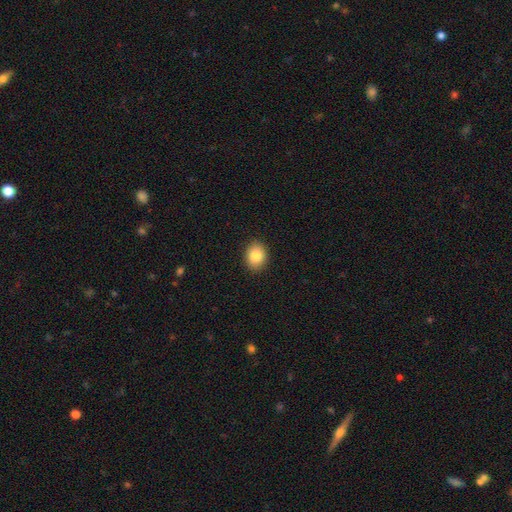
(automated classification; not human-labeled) Smooth or featured: smooth — 86% (star or artifact — 8%)
How rounded: in between — 52% (round — 47%)
Merging: none — 91% (minor disturbance — 7%)